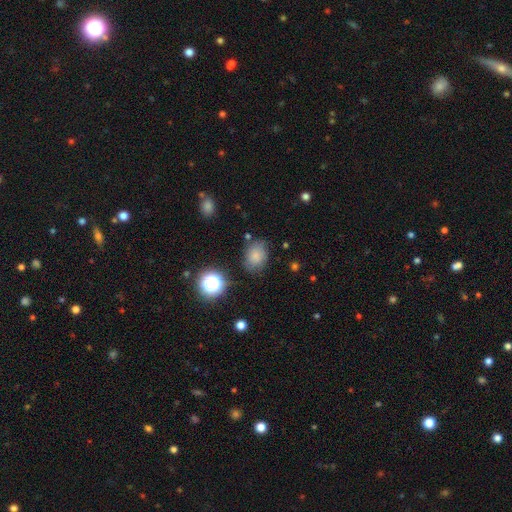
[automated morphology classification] This appears to be a smooth galaxy with no disk features (74%) that is in between round and cigar-shaped (53%). Merging: none (71%).